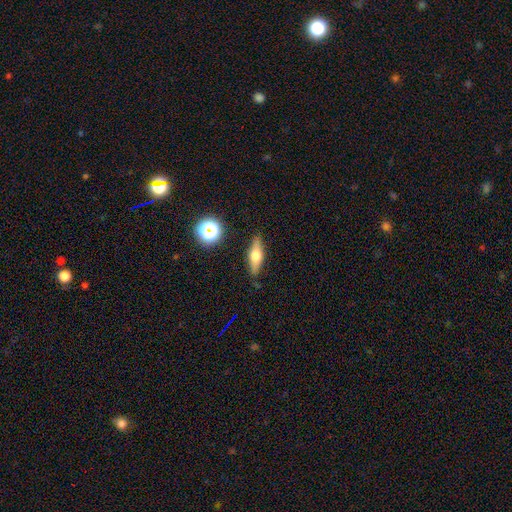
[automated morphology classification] The model was most divided on "smooth or featured" (2-way tie): smooth: 46%, featured or disk: 46%, star or artifact: 9%. More confident: merging — none (86%).